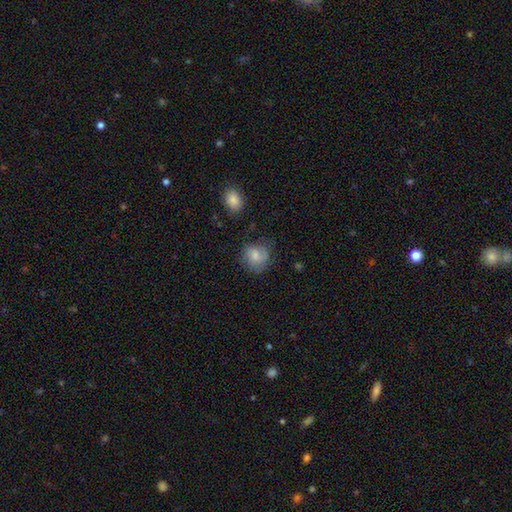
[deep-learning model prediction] A smooth galaxy with no disk features (64%) that is round (75%). Merging: none (64%).